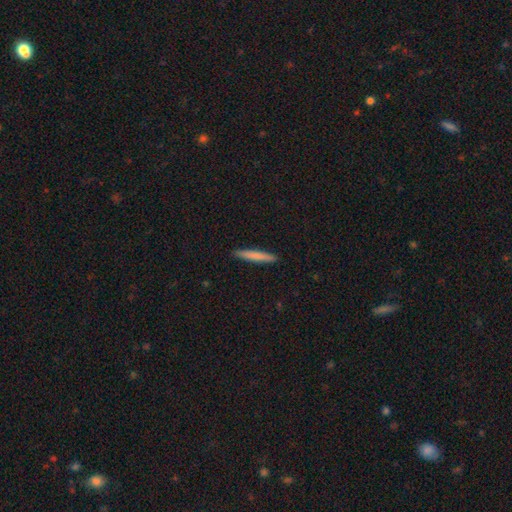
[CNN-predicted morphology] Smooth or featured?
  - smooth: 76% *
  - featured or disk: 18%
  - star or artifact: 5%
How rounded?
  - cigar-shaped: 96% *
  - in between: 3%
  - round: 1%
Merging?
  - none: 92% *
  - minor disturbance: 6%
  - major disturbance: 1%
  - merger: 1%